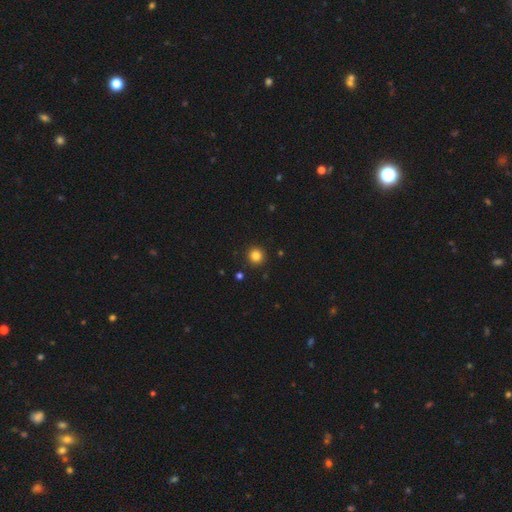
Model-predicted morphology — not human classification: Smooth or featured? Predicted: smooth (p=0.83). How rounded? Predicted: round (p=0.95). Merging? Predicted: none (p=0.92).